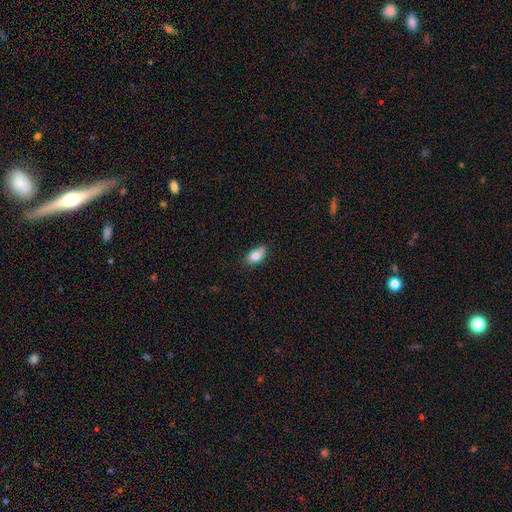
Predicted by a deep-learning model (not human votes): smooth 82%, featured or disk 10%, star or artifact 8%. Down the decision tree: how rounded — in between (88%); merging — none (69%).